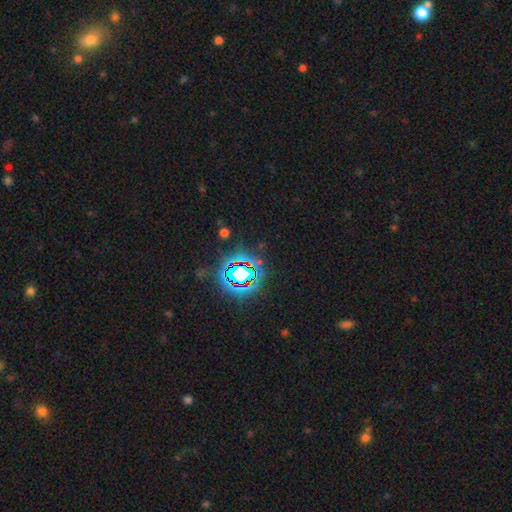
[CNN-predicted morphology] Smooth or featured?
  - star or artifact: 80% *
  - smooth: 11%
  - featured or disk: 9%